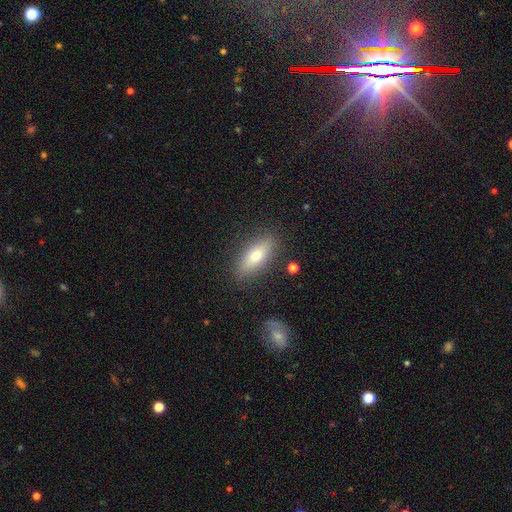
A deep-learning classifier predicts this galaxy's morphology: Smooth or featured: smooth — 69% (featured or disk — 24%)
How rounded: in between — 62% (cigar-shaped — 35%)
Merging: none — 85% (minor disturbance — 10%)